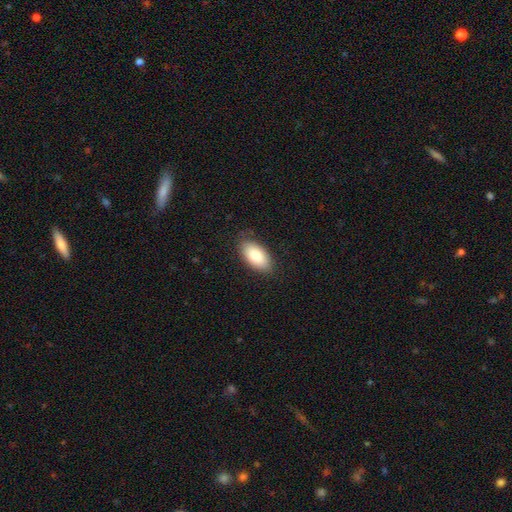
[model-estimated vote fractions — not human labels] A smooth galaxy with no disk features (83%) that is in between round and cigar-shaped (95%).

Vote fractions:
- Smooth or featured? smooth: 83% / featured or disk: 11% / star or artifact: 6%
- How rounded? in between: 95% / round: 3% / cigar-shaped: 3%
- Merging? none: 84% / minor disturbance: 13% / major disturbance: 3% / merger: 1%